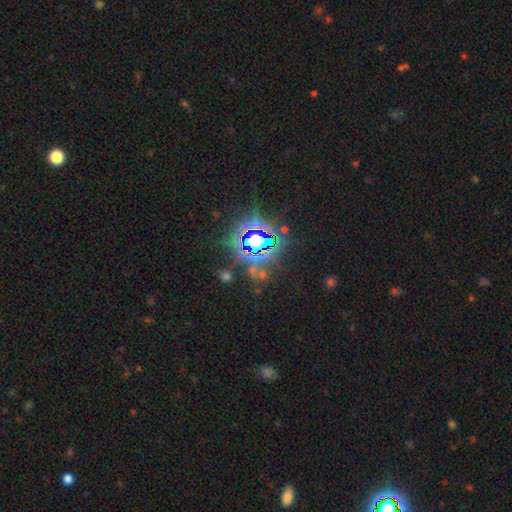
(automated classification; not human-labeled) Smooth or featured? Predicted: star or artifact (p=0.82).